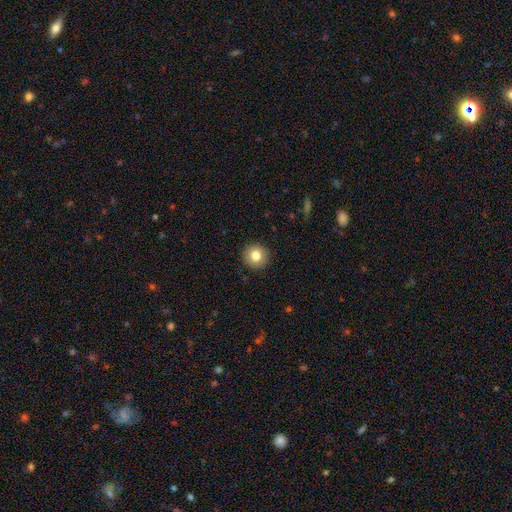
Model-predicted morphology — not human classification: Smooth or featured?
  - smooth: 81% *
  - star or artifact: 10%
  - featured or disk: 9%
How rounded?
  - round: 94% *
  - in between: 5%
  - cigar-shaped: 1%
Merging?
  - none: 92% *
  - minor disturbance: 5%
  - major disturbance: 2%
  - merger: 1%